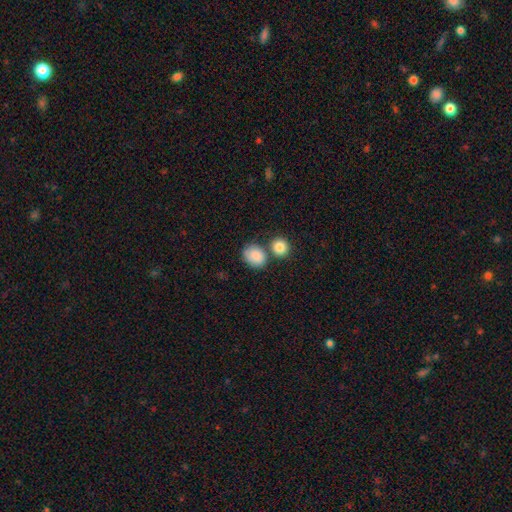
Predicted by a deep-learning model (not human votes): This appears to be a smooth galaxy with no disk features (86%) that is in between round and cigar-shaped (54%). Merging: none (57%).